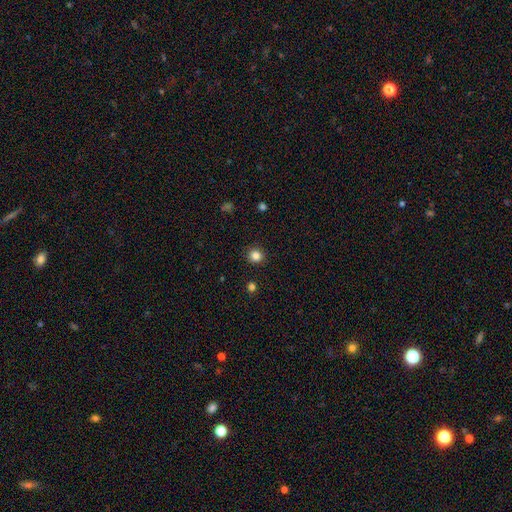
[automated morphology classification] Smooth or featured: smooth — 84% (star or artifact — 12%)
How rounded: round — 91% (in between — 9%)
Merging: none — 91% (minor disturbance — 6%)